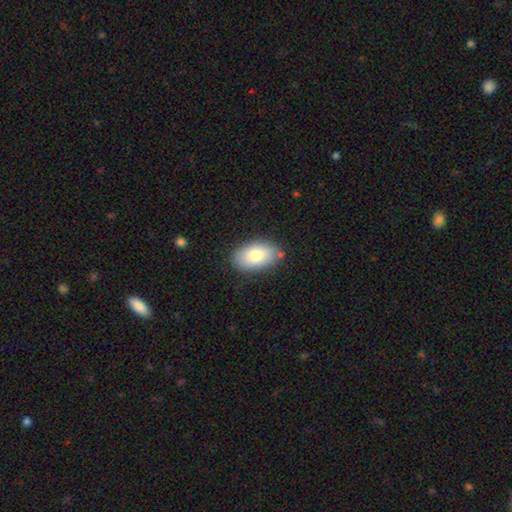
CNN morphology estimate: A smooth galaxy with no disk features (78%) that is in between round and cigar-shaped (92%).

Vote fractions:
- Smooth or featured? smooth: 78% / featured or disk: 15% / star or artifact: 7%
- How rounded? in between: 92% / round: 6% / cigar-shaped: 1%
- Merging? none: 82% / minor disturbance: 13% / major disturbance: 3% / merger: 3%